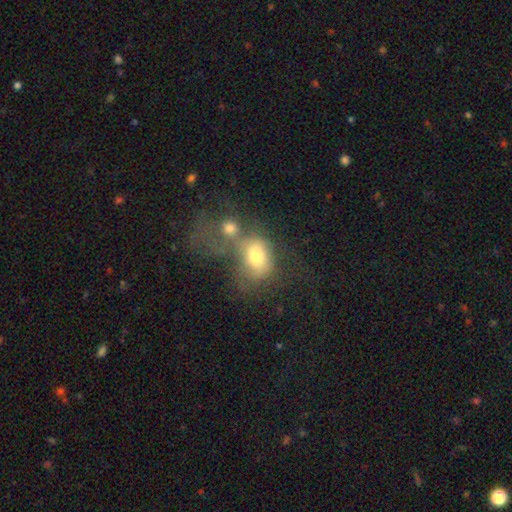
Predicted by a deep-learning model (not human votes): Q: Smooth or featured?
A: smooth (65%); runner-up: featured or disk (24%)
Q: How rounded?
A: in between (63%); runner-up: round (35%)
Q: Merging?
A: merger (56%); runner-up: major disturbance (20%)